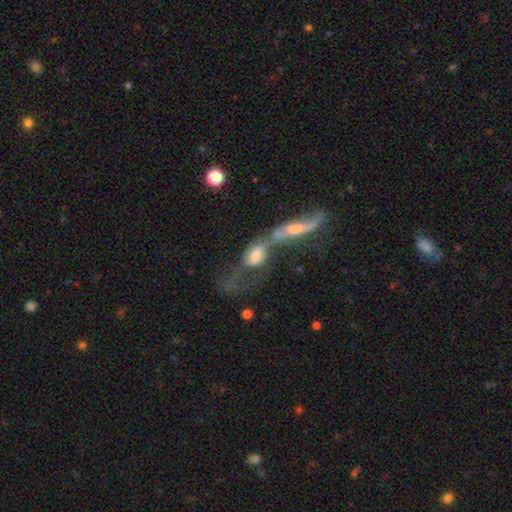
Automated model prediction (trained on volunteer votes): Smooth or featured? Predicted: smooth (p=0.47). Merging? Predicted: merger (p=0.78).